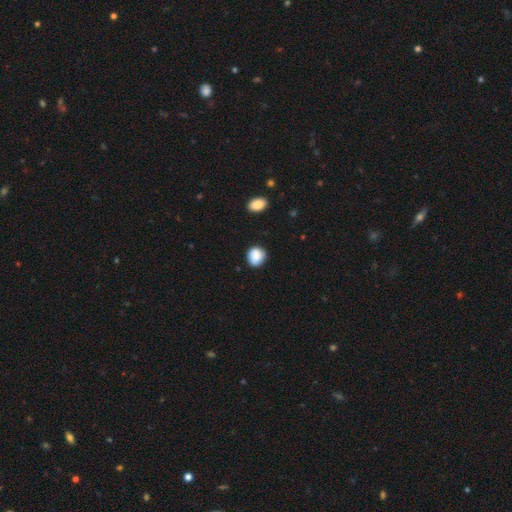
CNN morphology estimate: smooth-or-featured: smooth: 87% | star or artifact: 8% | featured or disk: 5%
  how-rounded: round: 76% | in between: 23% | cigar-shaped: 1%
  merging: none: 78% | minor disturbance: 17% | major disturbance: 3% | merger: 2%